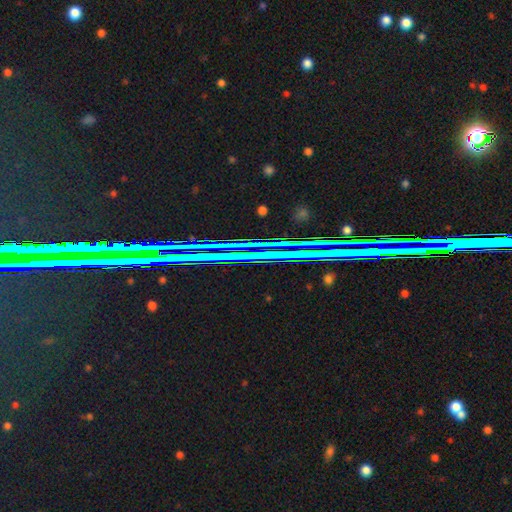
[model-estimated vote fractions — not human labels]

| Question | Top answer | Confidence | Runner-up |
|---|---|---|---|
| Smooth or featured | star or artifact | 69% | featured or disk (17%) |